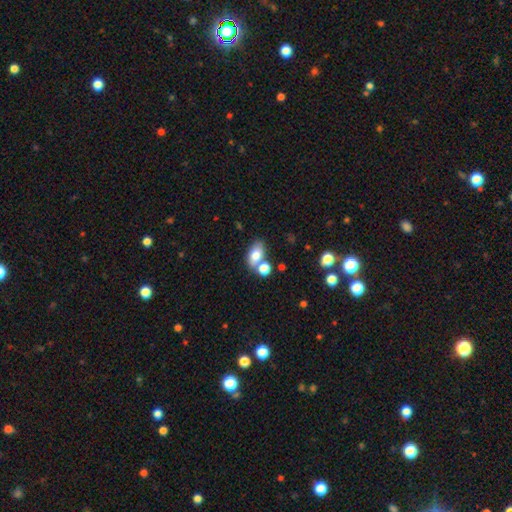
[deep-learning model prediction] Morphology: type=smooth (77%); roundness=in between (85%); merging=none (55%).